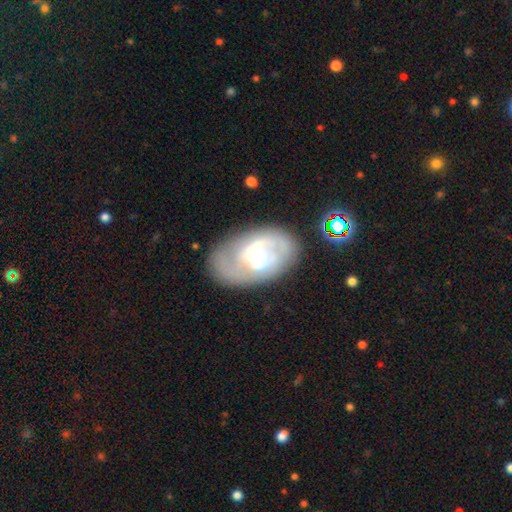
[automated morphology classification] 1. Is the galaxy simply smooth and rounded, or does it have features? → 66% featured or disk, 26% smooth, 8% star or artifact.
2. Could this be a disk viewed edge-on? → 96% no, 4% yes.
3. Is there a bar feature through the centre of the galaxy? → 45% weak, 35% strong, 20% no.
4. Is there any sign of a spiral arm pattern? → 65% yes, 35% no.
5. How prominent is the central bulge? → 37% small, 36% moderate, 15% none, 10% large, 2% dominant.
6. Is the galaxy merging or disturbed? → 62% none, 21% minor disturbance, 13% major disturbance, 5% merger.